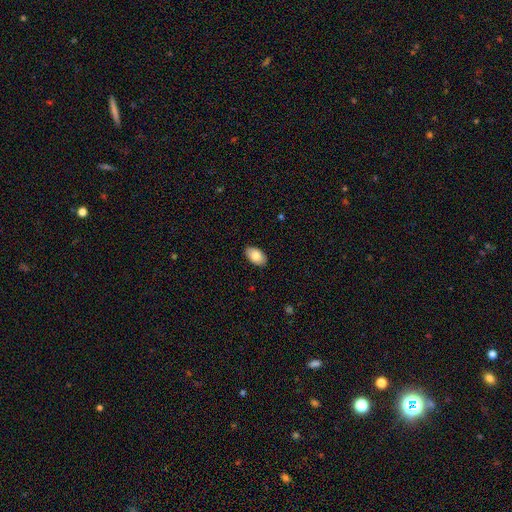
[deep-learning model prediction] This appears to be a smooth galaxy with no disk features (86%) that is in between round and cigar-shaped (95%). Merging: none (89%).